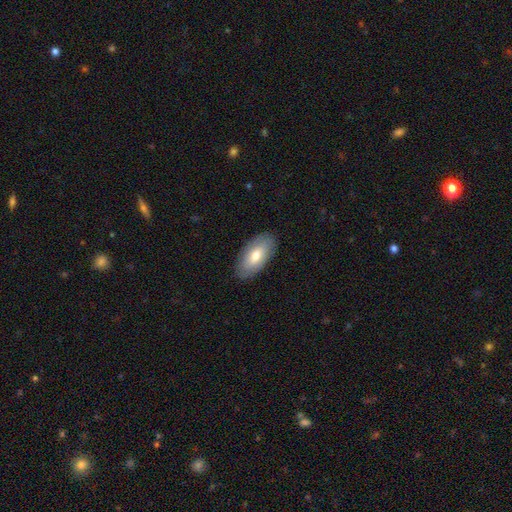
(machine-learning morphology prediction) This is likely a smooth galaxy (72%). How rounded: clearly in between (91%). Merging: clearly none (87%).